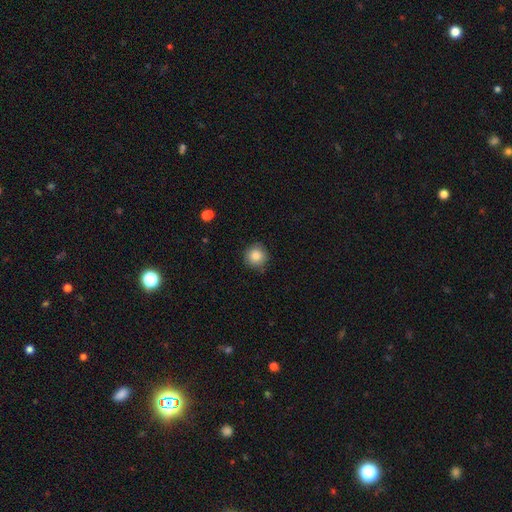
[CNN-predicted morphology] A smooth galaxy with no disk features (86%) that is round (94%). Merging: none (84%).